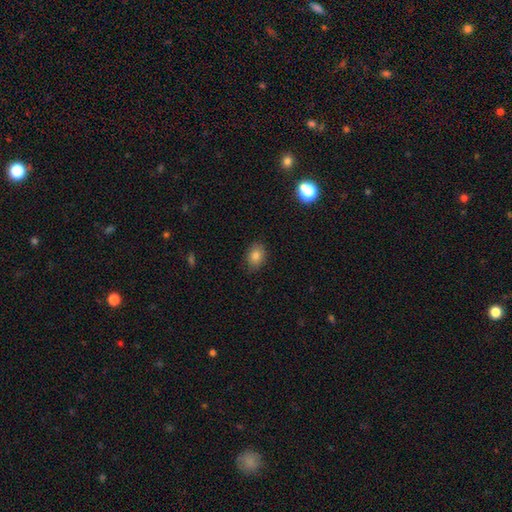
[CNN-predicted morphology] Q: Smooth or featured?
A: smooth (81%); runner-up: star or artifact (11%)
Q: How rounded?
A: in between (73%); runner-up: round (26%)
Q: Merging?
A: none (85%); runner-up: minor disturbance (12%)